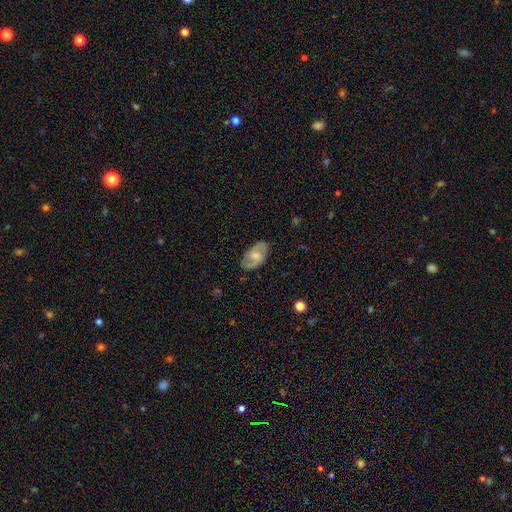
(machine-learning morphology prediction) smooth-or-featured: featured or disk: 63% | smooth: 30% | star or artifact: 6%
  disk-edge-on: no: 95% | yes: 5%
    bar: weak: 47% | no: 42% | strong: 11%
    has-spiral-arms: yes: 86% | no: 14%
      spiral-winding: medium: 50% | loose: 27% | tight: 23%
      spiral-arm-count: 2: 85% | can't tell: 9% | 1: 2% | 3: 2% | 4: 1% | more than 4: 1%
    bulge-size: moderate: 45% | small: 42% | none: 8% | large: 4% | dominant: 1%
  merging: none: 79% | minor disturbance: 15% | major disturbance: 4% | merger: 1%